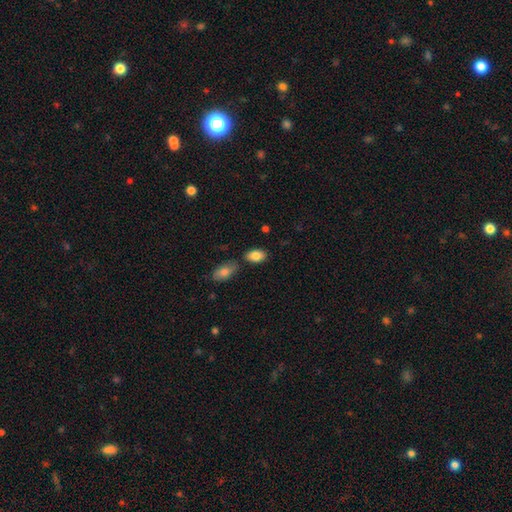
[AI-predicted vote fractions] Smooth or featured: smooth — 85% (featured or disk — 8%)
How rounded: in between — 92% (round — 6%)
Merging: none — 75% (minor disturbance — 13%)